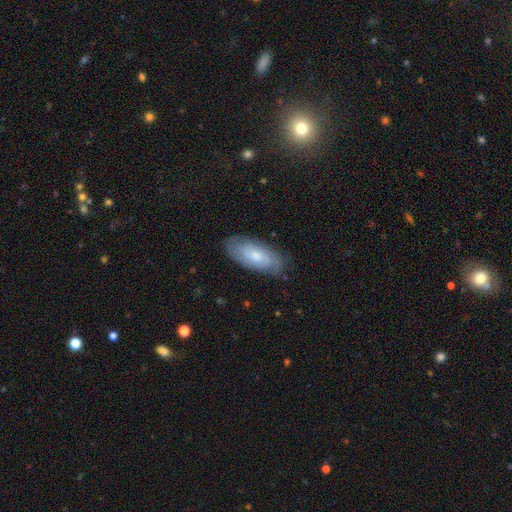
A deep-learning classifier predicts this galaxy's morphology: A featured or disk galaxy (56%). Merging: none (79%).